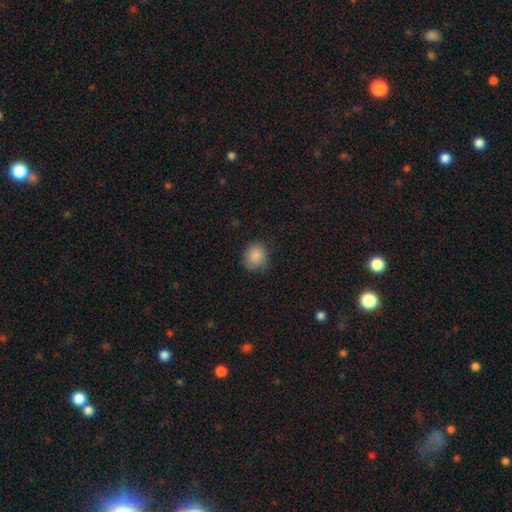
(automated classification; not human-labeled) This is clearly a smooth galaxy (86%). How rounded: likely round (77%). Merging: likely none (74%).